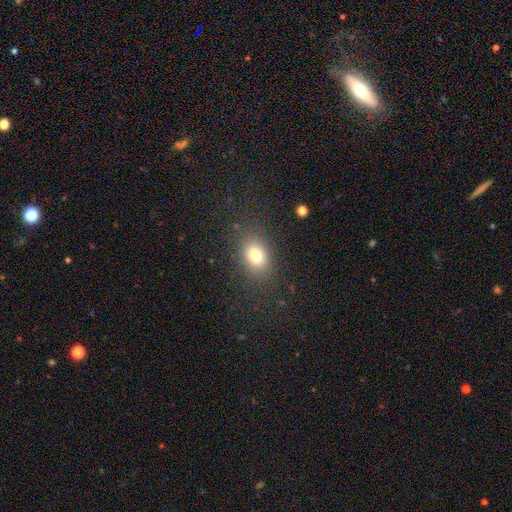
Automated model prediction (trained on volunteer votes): Smooth or featured? smooth (78%)
How rounded? in between (68%)
Merging? none (83%)